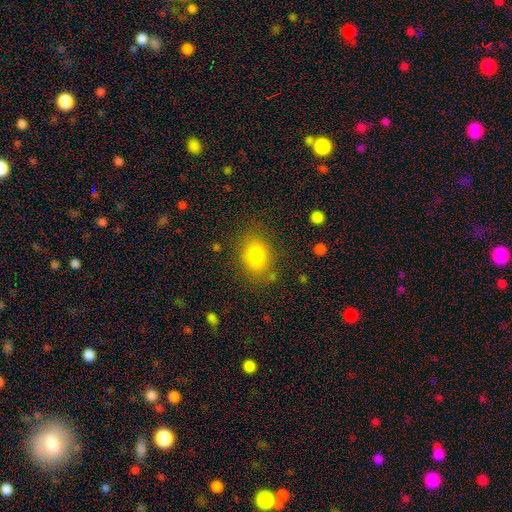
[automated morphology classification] smooth-or-featured: smooth: 82% | star or artifact: 9% | featured or disk: 9%
  how-rounded: in between: 69% | round: 30% | cigar-shaped: 1%
  merging: none: 77% | minor disturbance: 14% | major disturbance: 6% | merger: 3%